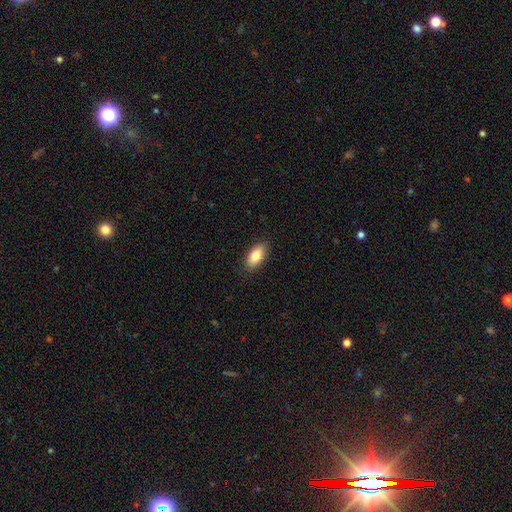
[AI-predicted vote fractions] Smooth or featured? smooth (83%)
How rounded? in between (89%)
Merging? none (88%)